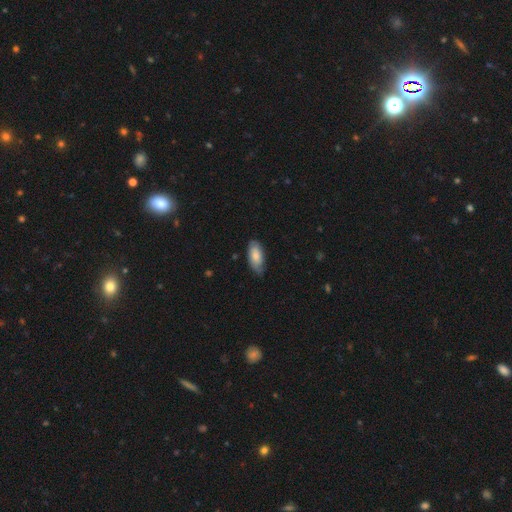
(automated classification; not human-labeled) Q: Smooth or featured?
A: smooth (68%); runner-up: featured or disk (26%)
Q: How rounded?
A: in between (87%); runner-up: cigar-shaped (11%)
Q: Merging?
A: none (74%); runner-up: minor disturbance (21%)